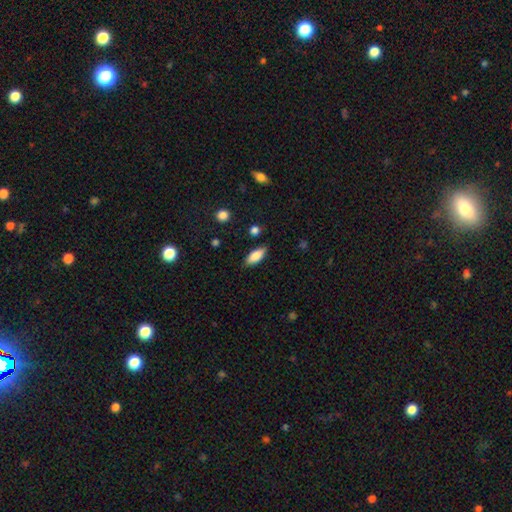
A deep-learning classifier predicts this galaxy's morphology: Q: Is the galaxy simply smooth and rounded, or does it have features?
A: smooth — 83%.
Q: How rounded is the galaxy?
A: in between — 80%.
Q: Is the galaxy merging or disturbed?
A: none — 85%.